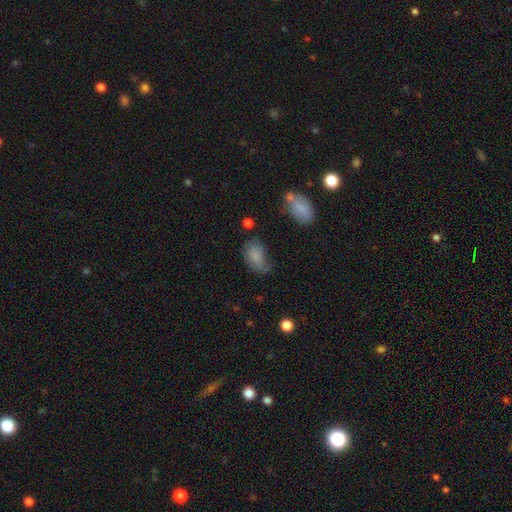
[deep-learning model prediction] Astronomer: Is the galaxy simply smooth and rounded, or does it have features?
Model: smooth — 79%.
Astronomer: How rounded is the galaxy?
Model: in between — 89%.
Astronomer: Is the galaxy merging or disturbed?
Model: none — 42% (runner-up: minor disturbance, 35%).